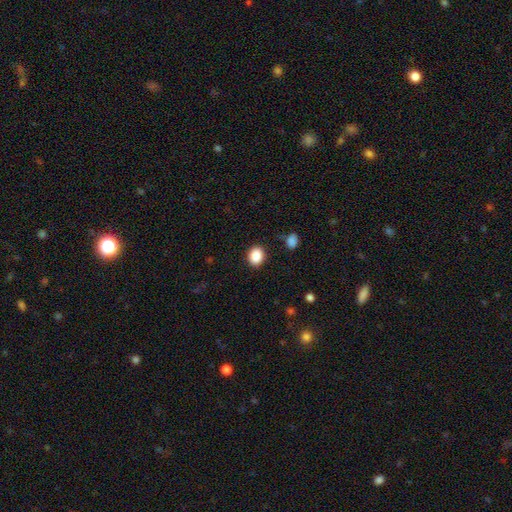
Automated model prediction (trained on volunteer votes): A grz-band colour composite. It shows a smooth galaxy with no disk features (88%) that is in between round and cigar-shaped (51%). Merging: none (88%).